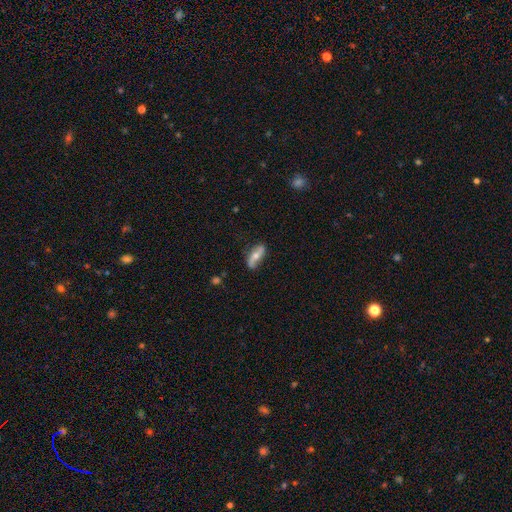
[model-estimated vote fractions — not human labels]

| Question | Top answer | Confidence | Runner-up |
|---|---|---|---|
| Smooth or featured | featured or disk | 52% | smooth (42%) |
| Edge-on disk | no | 72% | yes (28%) |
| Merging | none | 72% | minor disturbance (21%) |